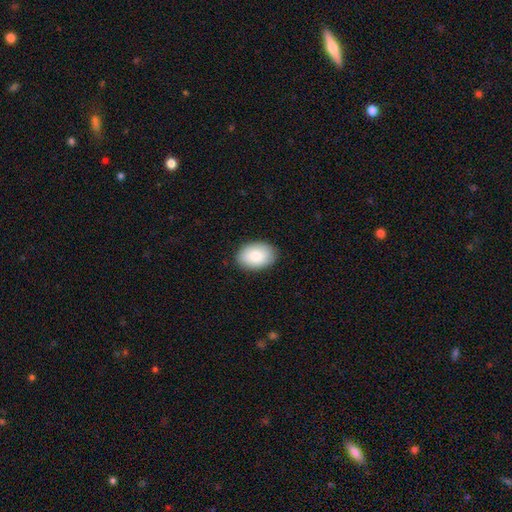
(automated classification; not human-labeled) Q: Smooth or featured?
A: smooth (83%); runner-up: featured or disk (11%)
Q: How rounded?
A: in between (85%); runner-up: round (14%)
Q: Merging?
A: none (88%); runner-up: minor disturbance (9%)